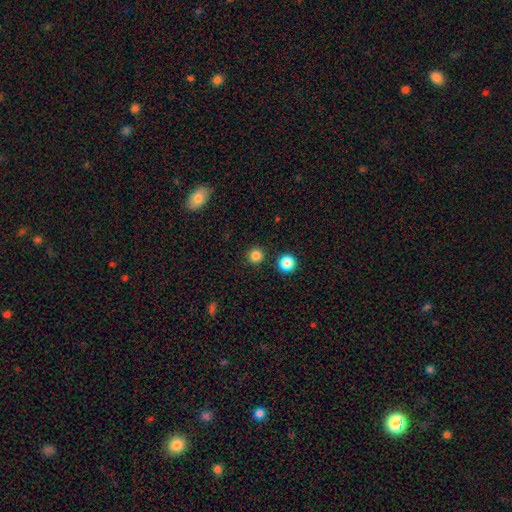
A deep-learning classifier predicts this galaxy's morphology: A smooth galaxy with no disk features (82%) that is round (95%). Merging: none (90%).